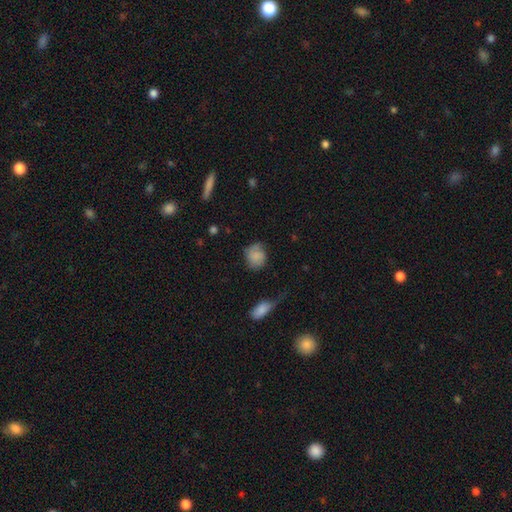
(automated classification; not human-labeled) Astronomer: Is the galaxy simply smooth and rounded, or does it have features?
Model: smooth — 76%.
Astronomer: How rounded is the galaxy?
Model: round — 65%.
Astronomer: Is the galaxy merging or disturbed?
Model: none — 55%.